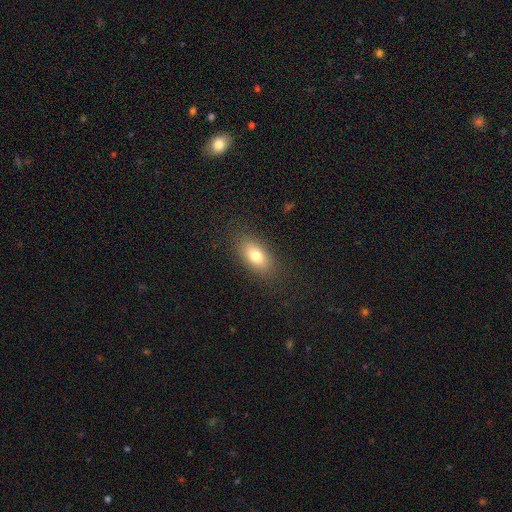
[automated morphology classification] smooth-or-featured: smooth: 78% | featured or disk: 13% | star or artifact: 9%
  how-rounded: in between: 87% | round: 7% | cigar-shaped: 6%
  merging: none: 85% | minor disturbance: 10% | major disturbance: 4% | merger: 1%